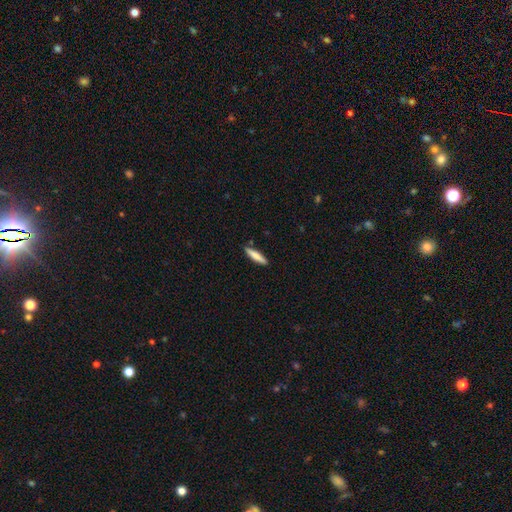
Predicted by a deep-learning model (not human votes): Smooth or featured? Predicted: smooth (p=0.74). How rounded? Predicted: cigar-shaped (p=0.84). Merging? Predicted: none (p=0.88).